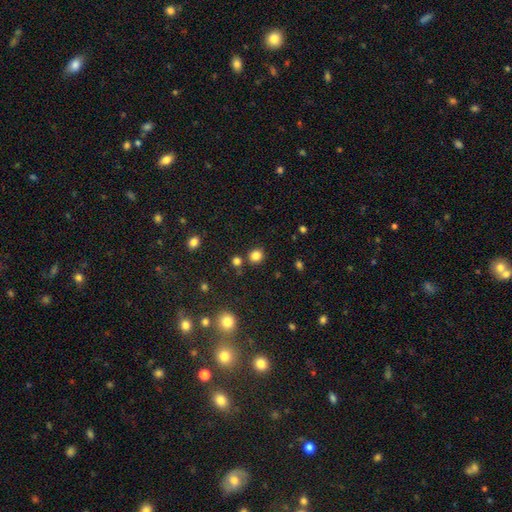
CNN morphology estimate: Smooth or featured? Predicted: smooth (p=0.82). How rounded? Predicted: round (p=0.82). Merging? Predicted: none (p=0.83).